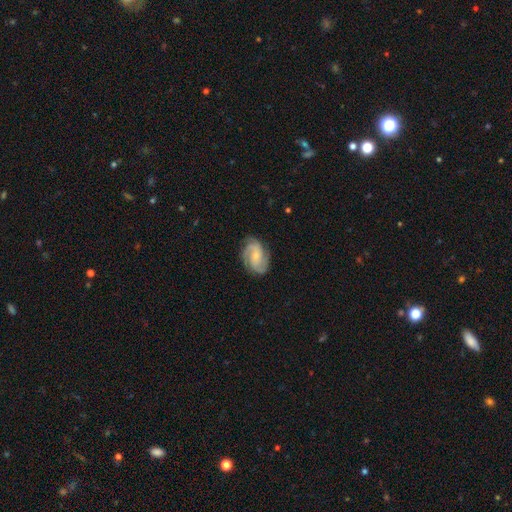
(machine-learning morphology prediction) Overall: featured or disk (81%). Edge-on disk: no (98%). Bar: no (56%; weak 36%). Spiral arms: yes (97%). Spiral arm count: 2 (36%; 3 35%). Spiral winding: medium (45%; tight 41%). Bulge size: small (67%). Merging: none (78%).